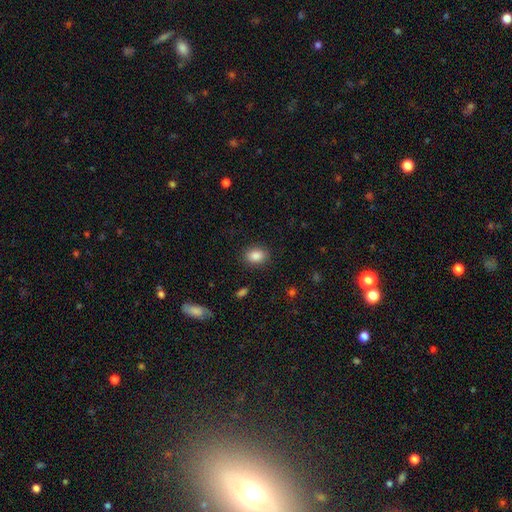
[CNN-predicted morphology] This is clearly a smooth galaxy (87%). How rounded: likely in between (73%). Merging: clearly none (87%).